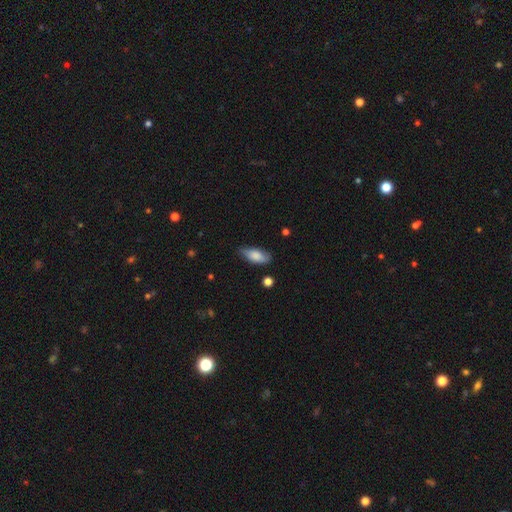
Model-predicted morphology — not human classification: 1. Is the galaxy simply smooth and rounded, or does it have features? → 78% smooth, 16% featured or disk, 7% star or artifact.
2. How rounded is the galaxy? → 81% in between, 16% cigar-shaped, 3% round.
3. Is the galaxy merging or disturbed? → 73% none, 21% minor disturbance, 4% major disturbance, 2% merger.